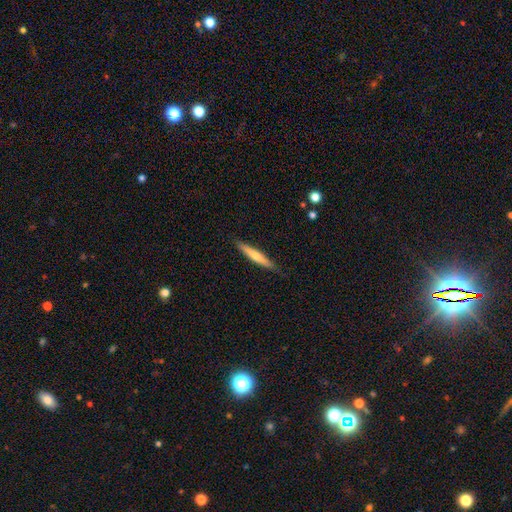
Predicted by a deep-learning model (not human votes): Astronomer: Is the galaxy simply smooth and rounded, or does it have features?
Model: smooth — 54% (runner-up: featured or disk, 41%).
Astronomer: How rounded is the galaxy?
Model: cigar-shaped — 94%.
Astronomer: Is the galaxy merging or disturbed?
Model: none — 87%.